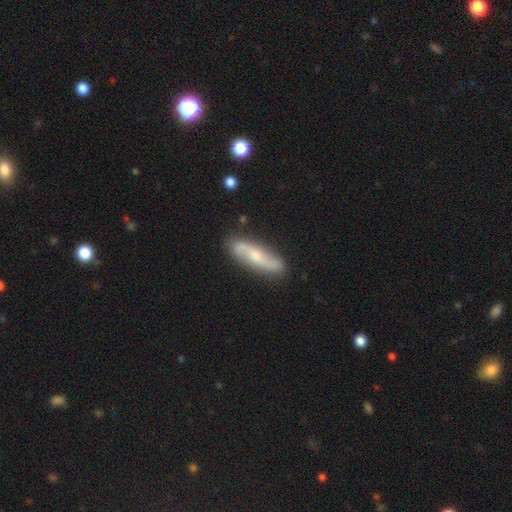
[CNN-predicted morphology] Smooth or featured: featured or disk — 69% (smooth — 26%)
Edge-on disk: no — 80% (yes — 20%)
Bar: no — 52% (weak — 36%)
Spiral arms: yes — 92% (no — 8%)
Spiral winding: loose — 62% (medium — 27%)
Spiral arm count: 2 — 90% (can't tell — 6%)
Bulge size: moderate — 45% (small — 43%)
Merging: none — 84% (minor disturbance — 12%)